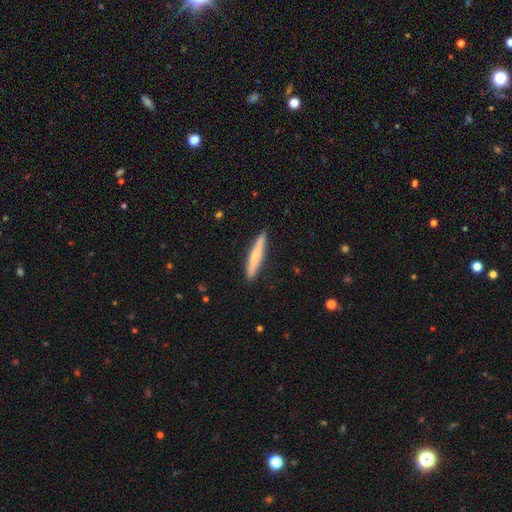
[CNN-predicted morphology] Smooth or featured? smooth (62%)
How rounded? cigar-shaped (93%)
Merging? none (91%)